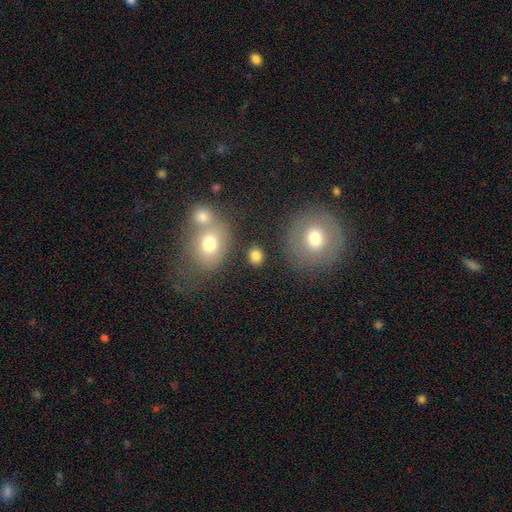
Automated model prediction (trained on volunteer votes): Smooth or featured? Predicted: smooth (p=0.81). How rounded? Predicted: round (p=0.61). Merging? Predicted: none (p=0.76).